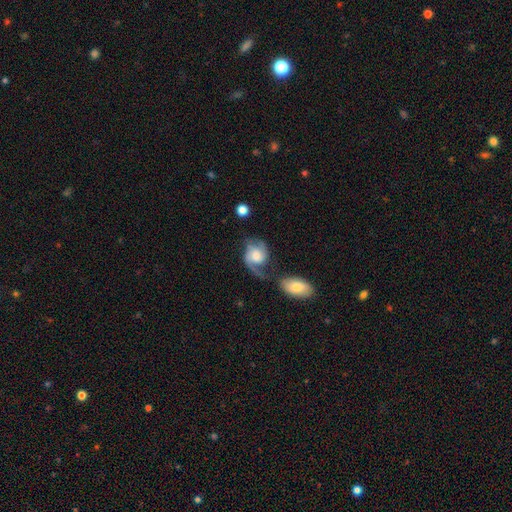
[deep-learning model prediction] A featured or disk galaxy (75%) with no bar (61%), 2 (78%) medium (45%) spiral arms (94%) and a moderate central bulge (44%).

Vote fractions:
- Smooth or featured? featured or disk: 75% / smooth: 19% / star or artifact: 6%
- Edge-on disk? no: 97% / yes: 3%
- Bar? no: 61% / weak: 33% / strong: 6%
- Spiral arms? yes: 94% / no: 6%
- Spiral winding? medium: 45% / loose: 37% / tight: 18%
- Spiral arm count? 2: 78% / 1: 12% / can't tell: 5% / 3: 2% / 4: 1% / more than 4: 1%
- Bulge size? moderate: 44% / large: 26% / small: 18% / none: 8% / dominant: 4%
- Merging? none: 39% / major disturbance: 21% / merger: 21% / minor disturbance: 19%